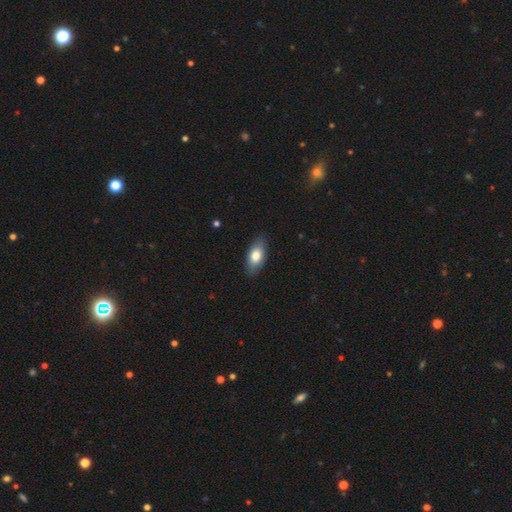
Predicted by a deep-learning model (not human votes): Morphology: type=smooth (77%); roundness=in between (88%); merging=none (87%).